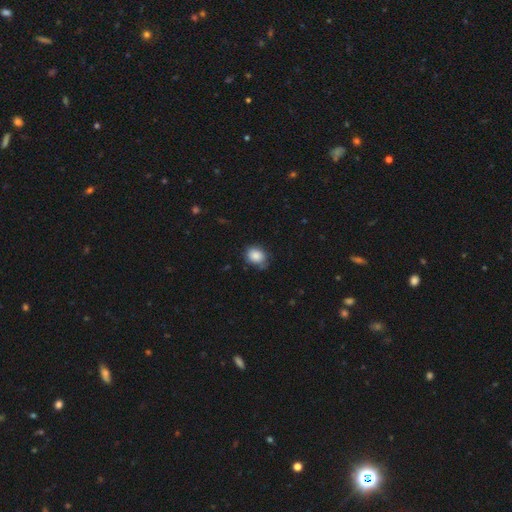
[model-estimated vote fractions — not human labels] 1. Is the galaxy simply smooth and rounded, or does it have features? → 86% smooth, 8% star or artifact, 5% featured or disk.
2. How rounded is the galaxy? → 57% round, 42% in between, 1% cigar-shaped.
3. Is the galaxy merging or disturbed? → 71% none, 23% minor disturbance, 4% major disturbance, 2% merger.